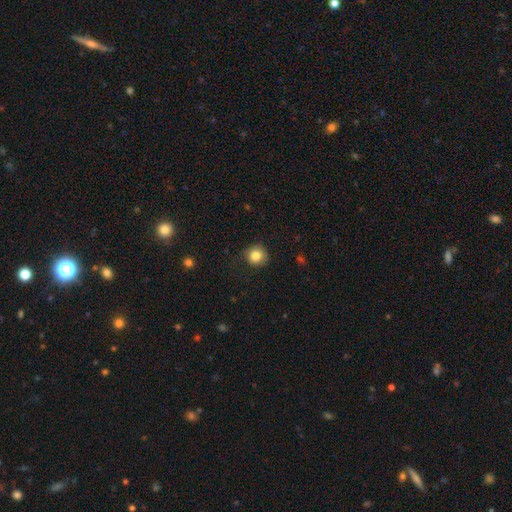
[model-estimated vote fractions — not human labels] smooth 83%, star or artifact 10%, featured or disk 7%. Down the decision tree: how rounded — round (91%); merging — none (83%).